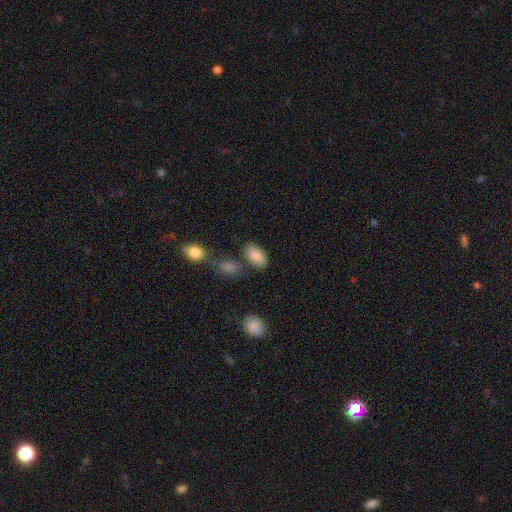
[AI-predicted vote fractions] Smooth or featured? Predicted: smooth (p=0.86). How rounded? Predicted: in between (p=0.93). Merging? Predicted: none (p=0.72).